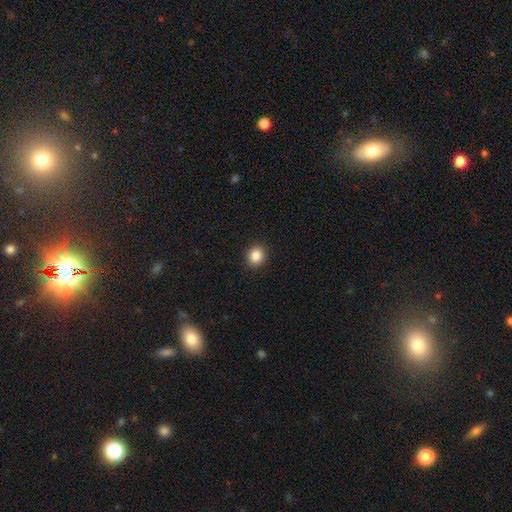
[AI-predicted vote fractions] The model was most divided on "how rounded": round: 80%, in between: 19%, cigar-shaped: 1%. More confident: merging — none (92%); smooth or featured — smooth (87%).